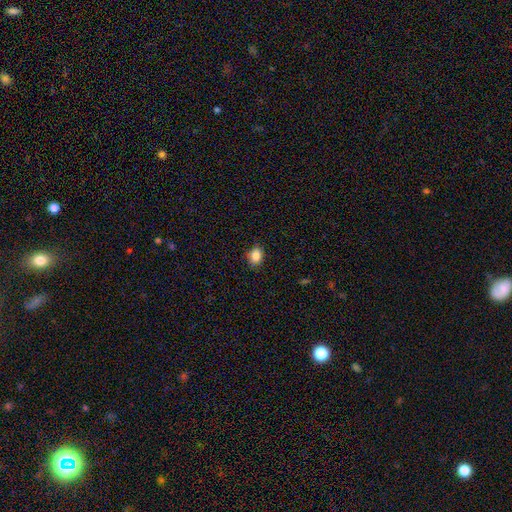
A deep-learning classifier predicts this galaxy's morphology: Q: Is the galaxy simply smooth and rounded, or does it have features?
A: smooth — 87%.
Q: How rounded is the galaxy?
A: in between — 55%.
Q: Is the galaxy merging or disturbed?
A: none — 83%.